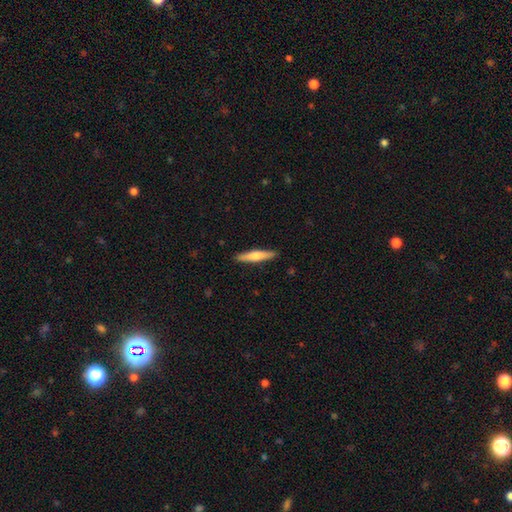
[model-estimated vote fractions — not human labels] smooth_or_featured: smooth (p=0.58) [alt: featured or disk p=0.37]
how_rounded: cigar-shaped (p=0.88) [alt: in between p=0.10]
merging: none (p=0.90) [alt: minor disturbance p=0.07]